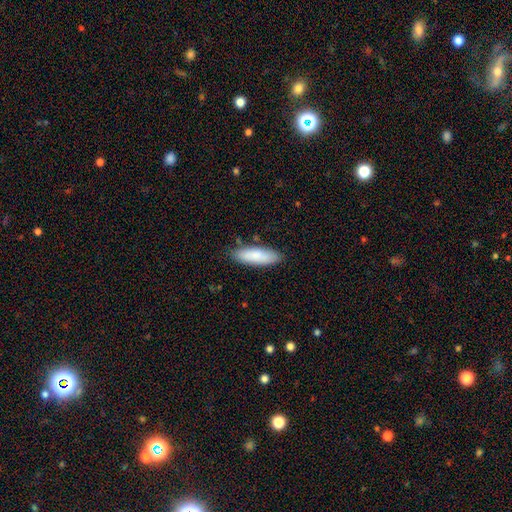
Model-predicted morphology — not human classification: Q: Smooth or featured?
A: smooth (84%); runner-up: featured or disk (11%)
Q: How rounded?
A: in between (59%); runner-up: cigar-shaped (39%)
Q: Merging?
A: none (85%); runner-up: minor disturbance (12%)